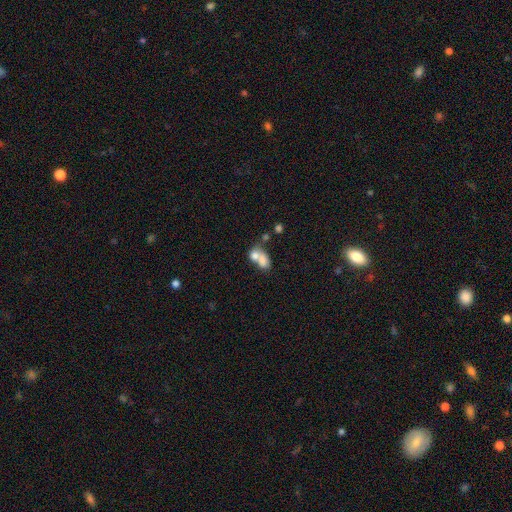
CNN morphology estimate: Smooth or featured? smooth (71%)
How rounded? in between (67%)
Merging? merger (68%)